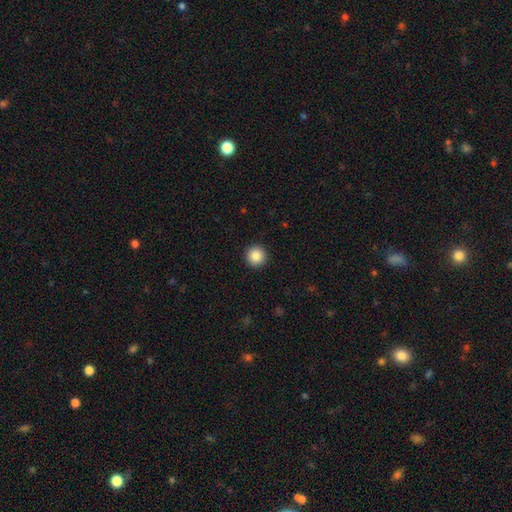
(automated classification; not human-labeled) smooth_or_featured: smooth (p=0.86) [alt: star or artifact p=0.09]
how_rounded: round (p=0.96) [alt: in between p=0.03]
merging: none (p=0.93) [alt: minor disturbance p=0.04]